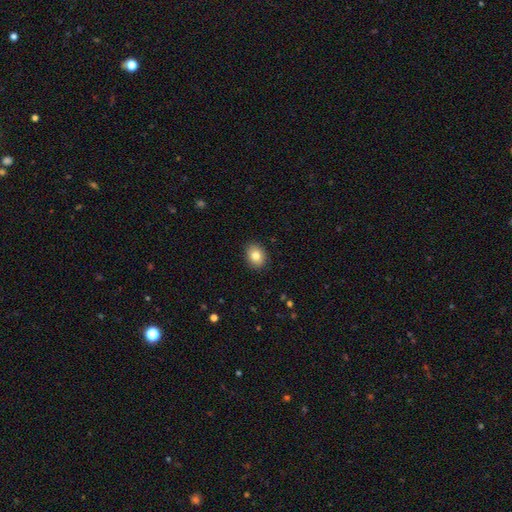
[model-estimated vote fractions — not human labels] smooth-or-featured: smooth: 81% | featured or disk: 10% | star or artifact: 9%
  how-rounded: in between: 55% | round: 44% | cigar-shaped: 1%
  merging: none: 89% | minor disturbance: 8% | major disturbance: 2% | merger: 1%